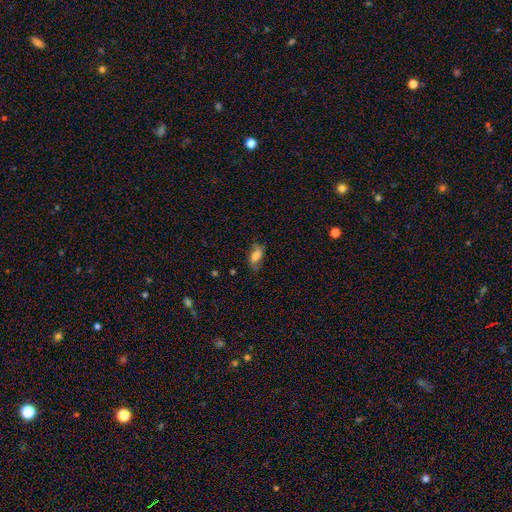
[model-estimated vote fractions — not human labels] Smooth or featured? smooth (58%)
How rounded? in between (86%)
Merging? none (67%)